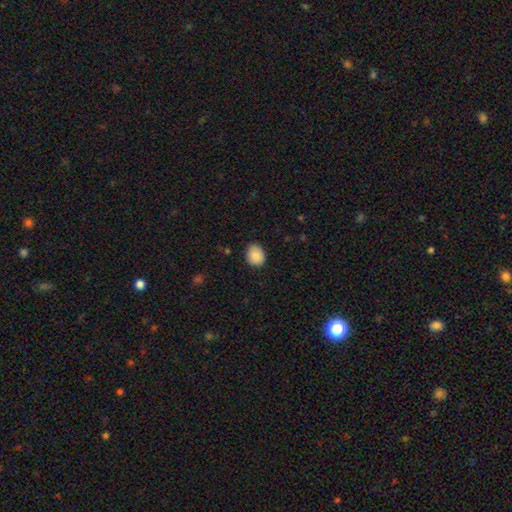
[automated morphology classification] Smooth or featured? smooth (89%)
How rounded? round (54%)
Merging? none (84%)